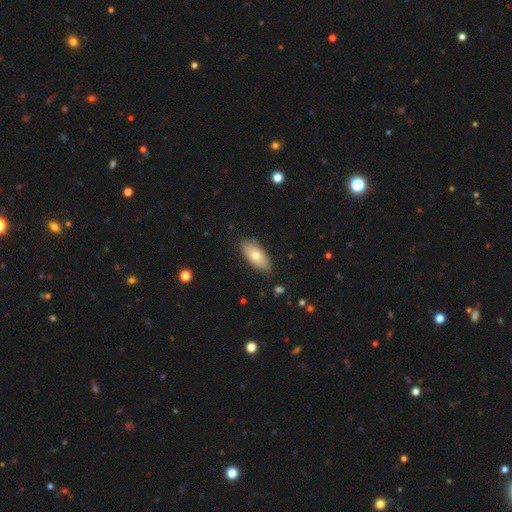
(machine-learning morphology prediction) Smooth or featured? smooth (71%)
How rounded? in between (89%)
Merging? none (85%)